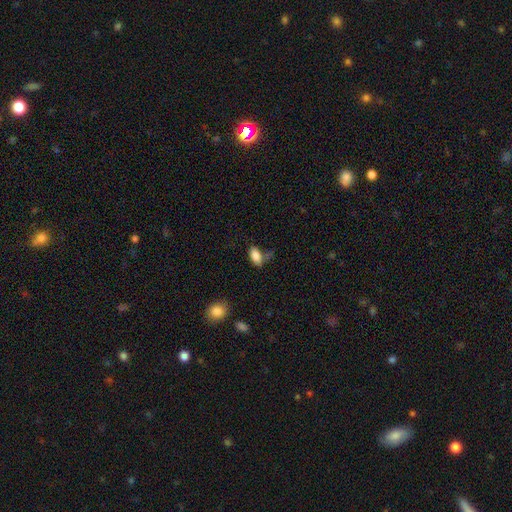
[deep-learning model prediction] Smooth or featured? smooth (85%)
How rounded? in between (91%)
Merging? none (55%)